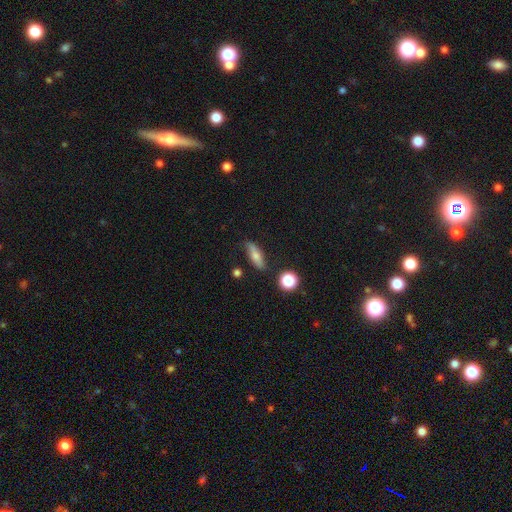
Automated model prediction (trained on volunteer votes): Smooth or featured?
  - smooth: 62% *
  - featured or disk: 29%
  - star or artifact: 9%
How rounded?
  - in between: 51% *
  - cigar-shaped: 43%
  - round: 6%
Merging?
  - none: 74% *
  - minor disturbance: 19%
  - major disturbance: 4%
  - merger: 3%